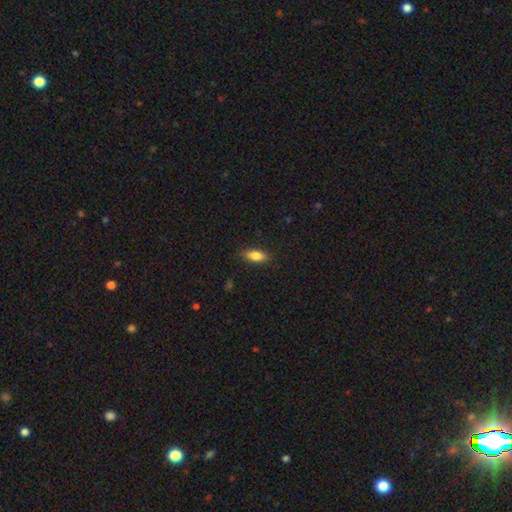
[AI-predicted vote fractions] This appears to be a smooth galaxy with no disk features (84%) that is in between round and cigar-shaped (77%). Merging: none (86%).